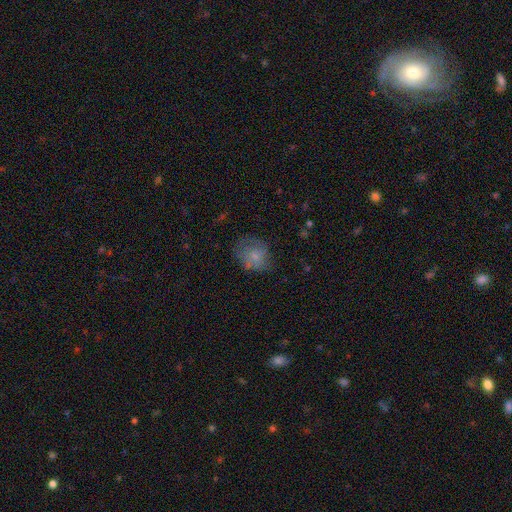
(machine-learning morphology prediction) Smooth or featured? Predicted: smooth (p=0.68). How rounded? Predicted: round (p=0.60). Merging? Predicted: none (p=0.56).